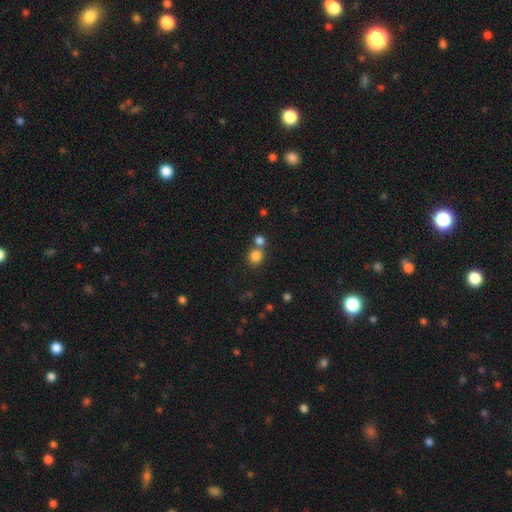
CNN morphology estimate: smooth 82%, star or artifact 12%, featured or disk 5%. Down the decision tree: how rounded — round (85%); merging — none (60%).